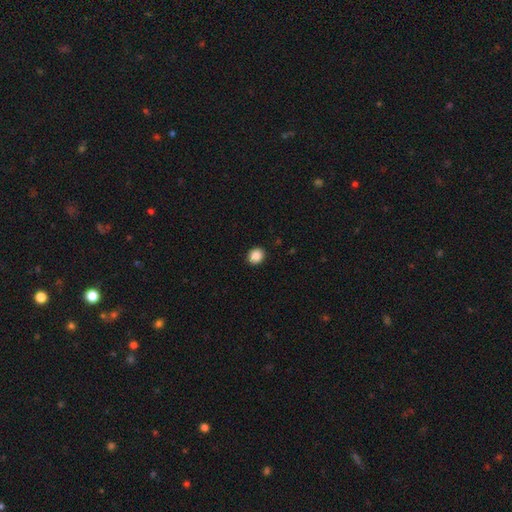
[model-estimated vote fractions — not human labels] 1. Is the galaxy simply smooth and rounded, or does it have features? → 88% smooth, 9% star or artifact, 3% featured or disk.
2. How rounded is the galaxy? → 71% round, 28% in between, 1% cigar-shaped.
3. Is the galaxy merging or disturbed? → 91% none, 6% minor disturbance, 2% major disturbance, 1% merger.